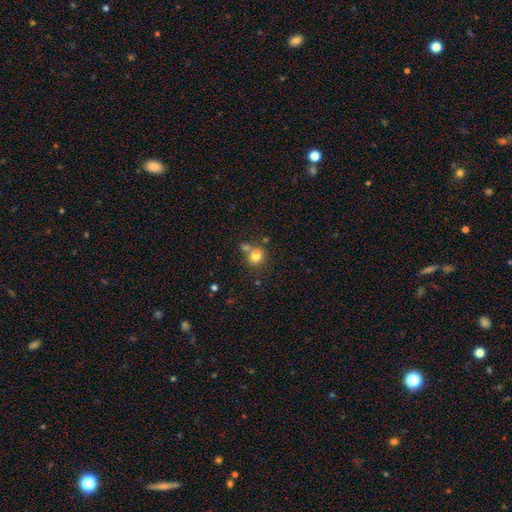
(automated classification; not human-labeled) Q: Smooth or featured?
A: smooth (79%); runner-up: star or artifact (12%)
Q: How rounded?
A: round (70%); runner-up: in between (29%)
Q: Merging?
A: none (57%); runner-up: merger (27%)